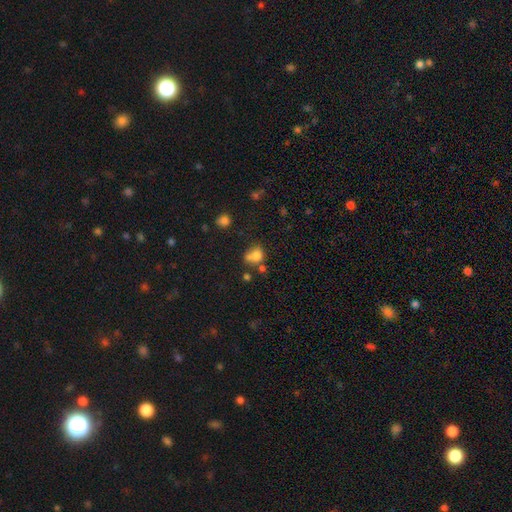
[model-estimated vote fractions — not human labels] smooth_or_featured: smooth (p=0.76) [alt: star or artifact p=0.13]
how_rounded: round (p=0.58) [alt: in between p=0.41]
merging: none (p=0.36) [alt: merger p=0.32]